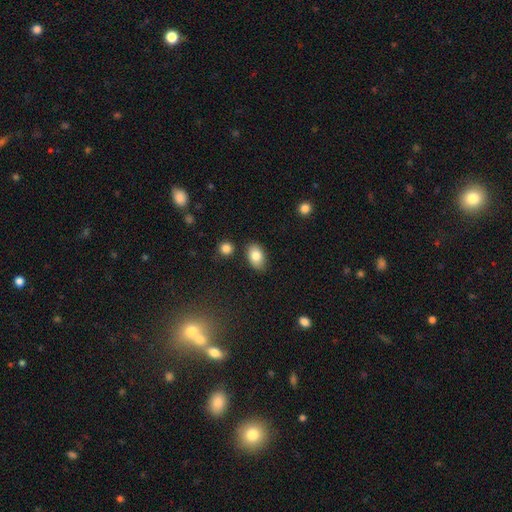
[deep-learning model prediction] Morphology: type=smooth (83%); roundness=in between (90%); merging=none (82%).